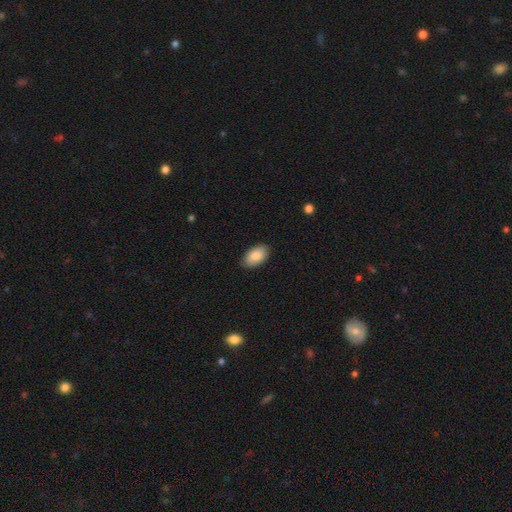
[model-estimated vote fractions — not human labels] This appears to be a smooth galaxy with no disk features (87%) that is in between round and cigar-shaped (94%). Merging: none (88%).